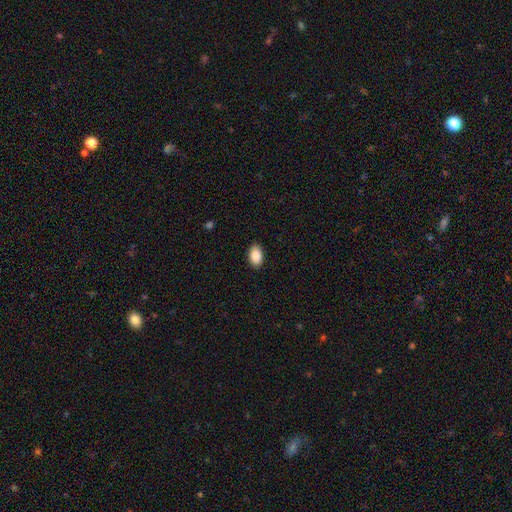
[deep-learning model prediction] smooth 90%, star or artifact 7%, featured or disk 4%. Down the decision tree: how rounded — in between (92%); merging — none (89%).